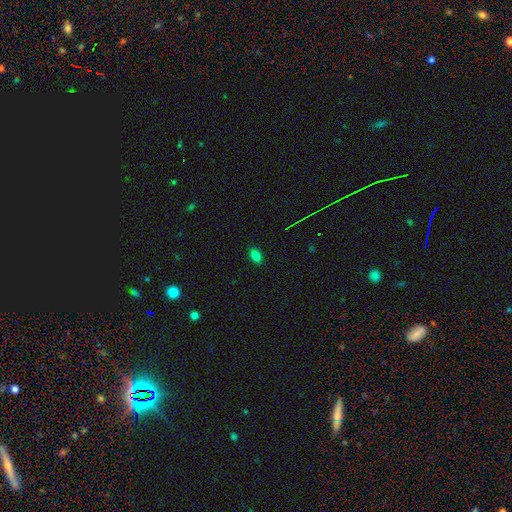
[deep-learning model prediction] Morphology: type=smooth (80%); roundness=in between (89%); merging=none (88%).